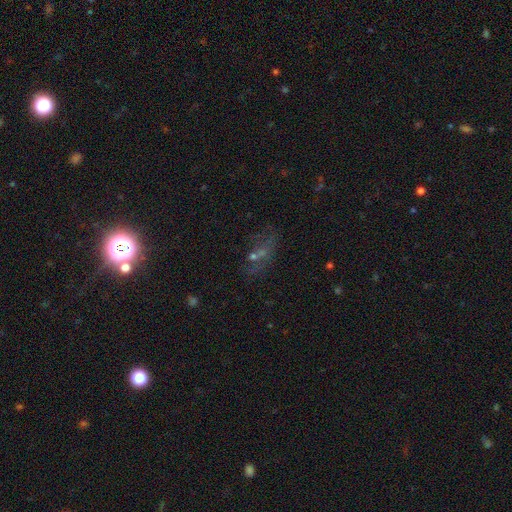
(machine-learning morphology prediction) Smooth or featured: star or artifact — 38% (featured or disk — 34%)